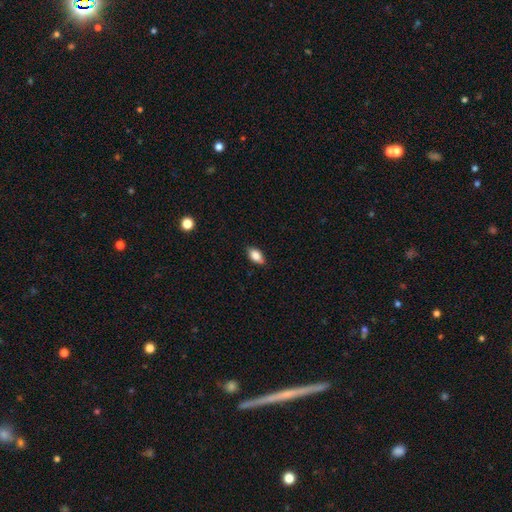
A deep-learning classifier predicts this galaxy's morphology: This is clearly a smooth galaxy (82%). How rounded: clearly in between (89%). Merging: clearly none (84%).